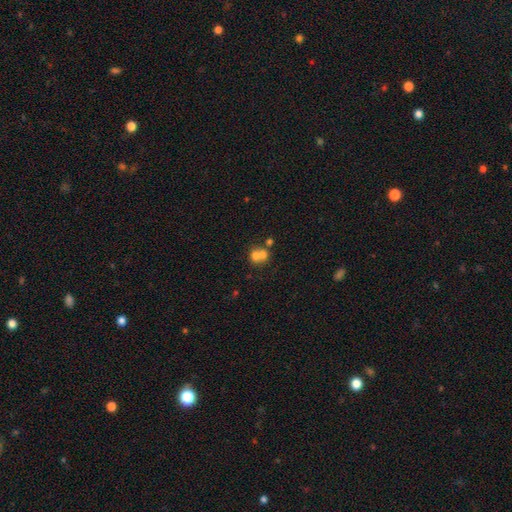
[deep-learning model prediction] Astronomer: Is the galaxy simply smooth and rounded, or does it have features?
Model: smooth — 66%.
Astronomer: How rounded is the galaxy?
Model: round — 77%.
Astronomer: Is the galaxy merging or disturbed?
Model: merger — 62%.